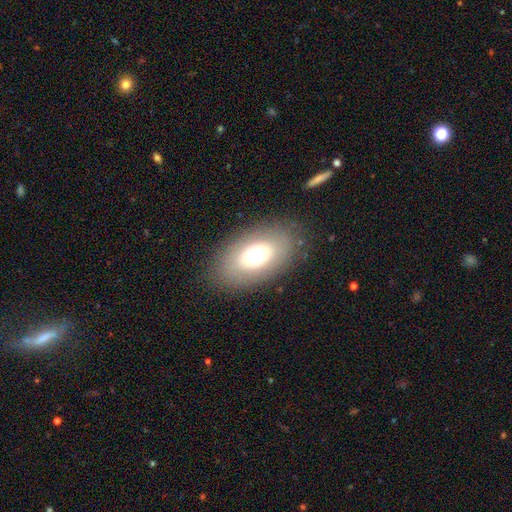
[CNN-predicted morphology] Smooth or featured? Predicted: smooth (p=0.61). How rounded? Predicted: in between (p=0.84). Merging? Predicted: none (p=0.82).